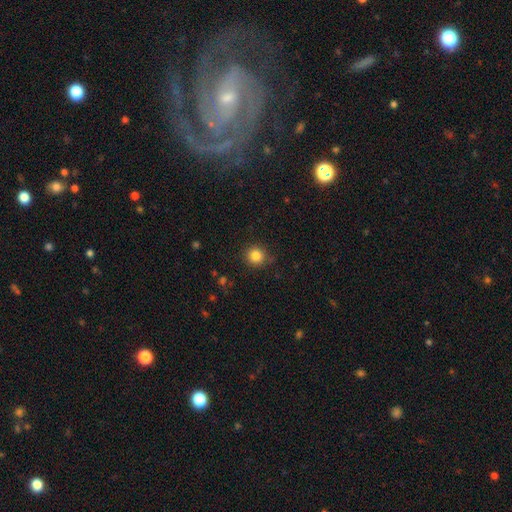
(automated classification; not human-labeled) Smooth or featured? smooth (85%)
How rounded? round (92%)
Merging? none (86%)